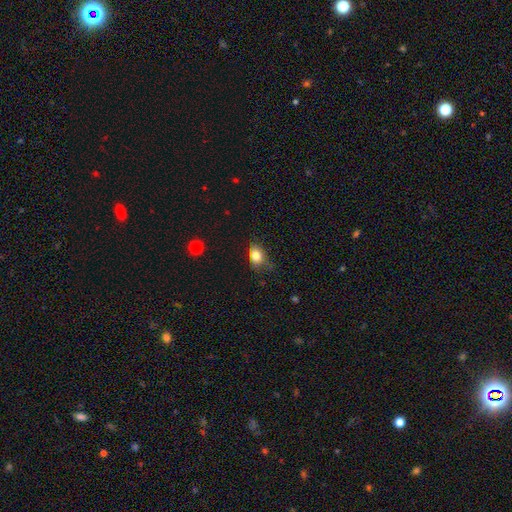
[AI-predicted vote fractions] This appears to be a smooth galaxy with no disk features (80%) that is in between round and cigar-shaped (70%). Merging: none (51%).